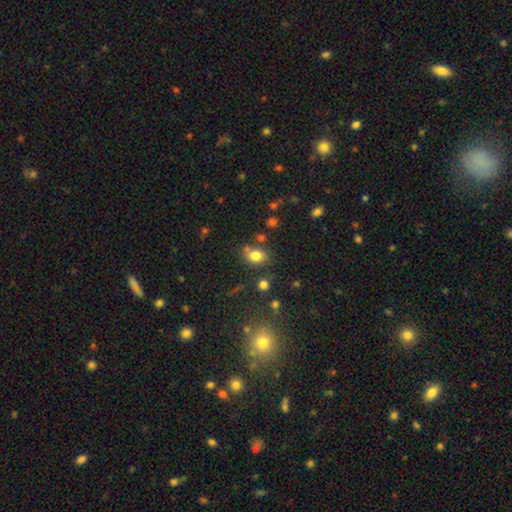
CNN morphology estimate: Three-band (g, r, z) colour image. It shows a smooth galaxy with no disk features (79%) that is in between round and cigar-shaped (66%). Merging: none (67%).